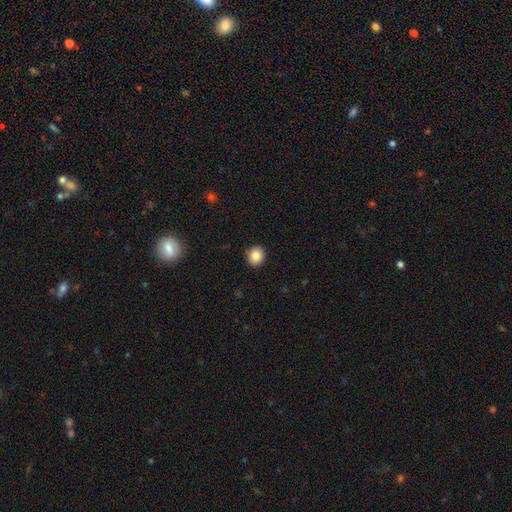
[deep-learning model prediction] Smooth or featured?
  - smooth: 85% *
  - star or artifact: 9%
  - featured or disk: 6%
How rounded?
  - round: 84% *
  - in between: 16%
  - cigar-shaped: 1%
Merging?
  - none: 91% *
  - minor disturbance: 6%
  - major disturbance: 2%
  - merger: 1%